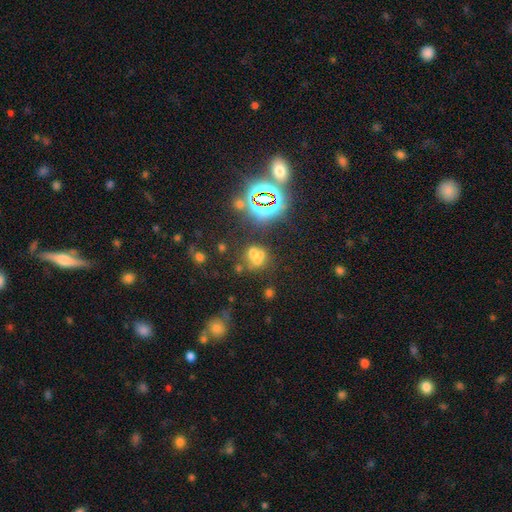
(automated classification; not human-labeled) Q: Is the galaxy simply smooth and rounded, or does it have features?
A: smooth — 44%.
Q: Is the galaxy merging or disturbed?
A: merger — 46%.